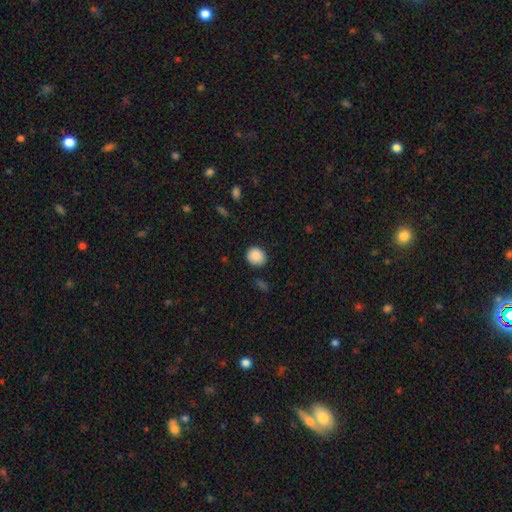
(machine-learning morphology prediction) smooth_or_featured: smooth (p=0.89) [alt: star or artifact p=0.08]
how_rounded: round (p=0.76) [alt: in between p=0.23]
merging: none (p=0.85) [alt: minor disturbance p=0.11]